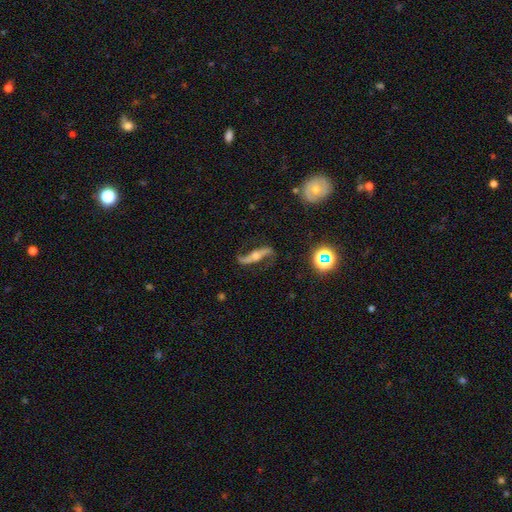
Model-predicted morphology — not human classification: A featured or disk galaxy (84%) with a strong bar (38%), 2 (93%) loose (82%) spiral arms (95%) and a moderate central bulge (51%). Merging: none (74%).